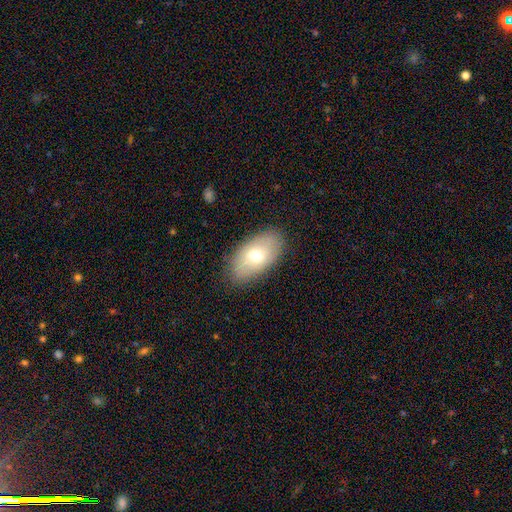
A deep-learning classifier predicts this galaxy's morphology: Overall: smooth (62%; featured or disk 31%). How rounded: in between (93%). Merging: none (84%).